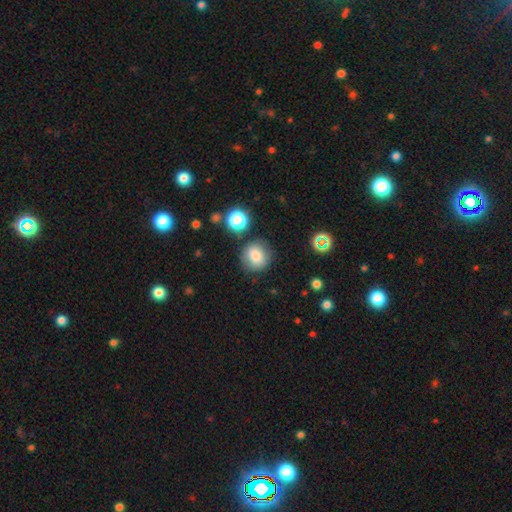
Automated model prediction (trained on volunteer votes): Morphology: type=smooth (80%); roundness=round (86%); merging=none (79%).